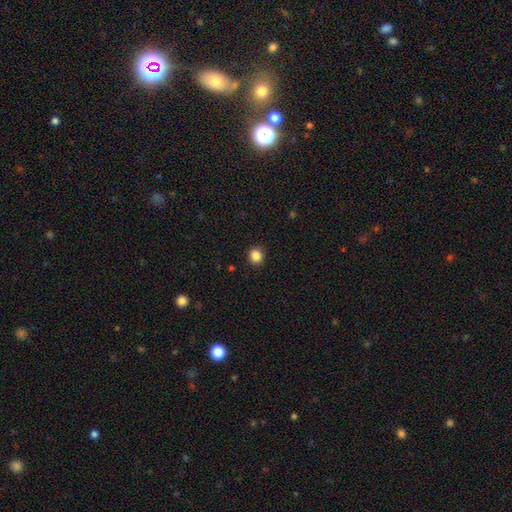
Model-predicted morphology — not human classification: The model was most divided on "how rounded": round: 82%, in between: 17%, cigar-shaped: 1%. More confident: merging — none (90%); smooth or featured — smooth (86%).